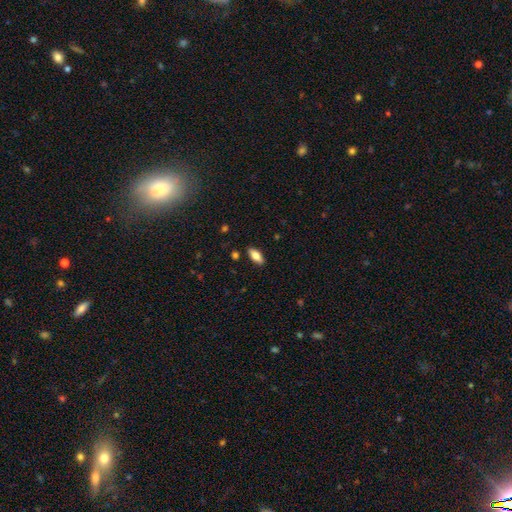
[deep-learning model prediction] smooth_or_featured: smooth (p=0.77) [alt: featured or disk p=0.16]
how_rounded: in between (p=0.83) [alt: cigar-shaped p=0.15]
merging: none (p=0.88) [alt: minor disturbance p=0.09]